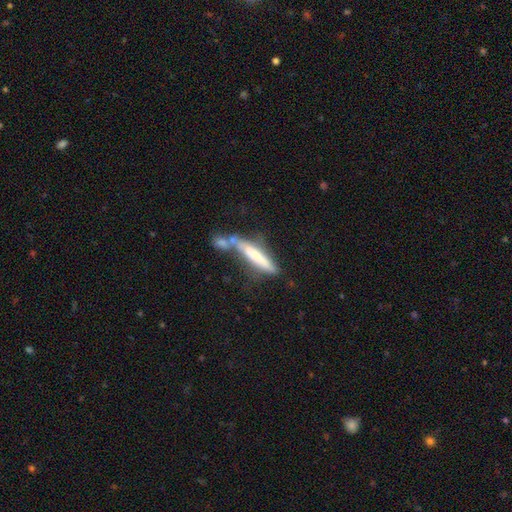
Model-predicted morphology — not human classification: Q: Smooth or featured?
A: smooth (53%); runner-up: featured or disk (41%)
Q: How rounded?
A: cigar-shaped (86%); runner-up: in between (12%)
Q: Merging?
A: merger (37%); runner-up: none (36%)